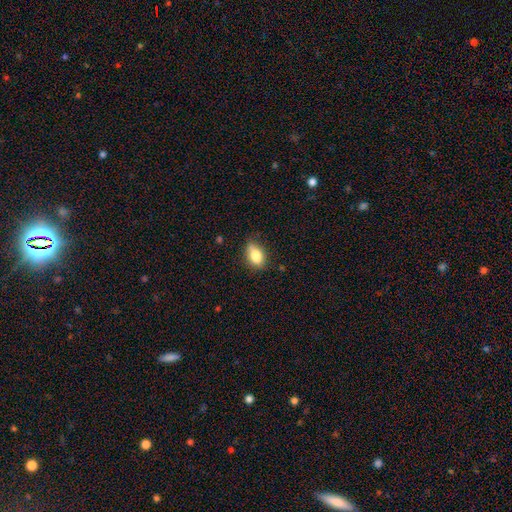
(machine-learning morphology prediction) smooth 82%, featured or disk 10%, star or artifact 8%. Down the decision tree: how rounded — in between (84%); merging — none (71%).